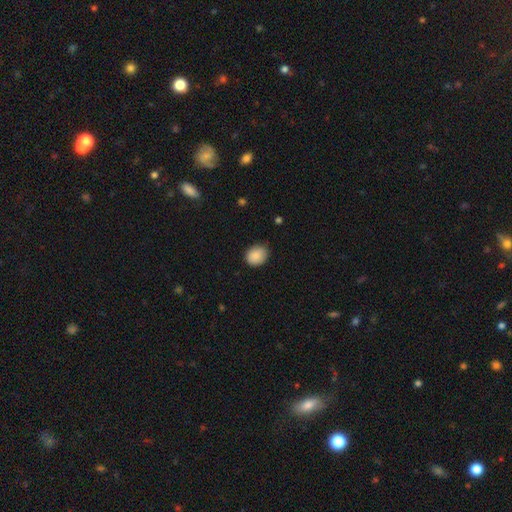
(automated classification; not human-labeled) A smooth galaxy with no disk features (87%) that is round (52%).

Vote fractions:
- Smooth or featured? smooth: 87% / star or artifact: 8% / featured or disk: 5%
- How rounded? round: 52% / in between: 47% / cigar-shaped: 1%
- Merging? none: 79% / minor disturbance: 17% / major disturbance: 3% / merger: 1%